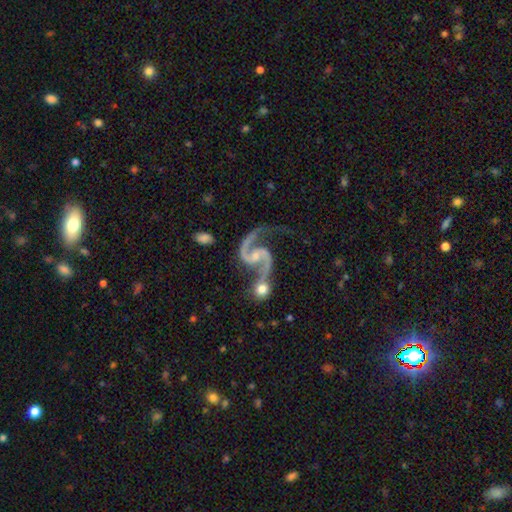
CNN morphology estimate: smooth_or_featured: featured or disk (p=0.93) [alt: star or artifact p=0.04]
disk_edge_on: no (p=0.98) [alt: yes p=0.02]
bar: no (p=0.46) [alt: weak p=0.40]
has_spiral_arms: yes (p=0.98) [alt: no p=0.02]
spiral_winding: medium (p=0.53) [alt: loose p=0.38]
spiral_arm_count: 2 (p=0.93) [alt: 1 p=0.02]
bulge_size: small (p=0.53) [alt: moderate p=0.31]
merging: none (p=0.40) [alt: merger p=0.32]